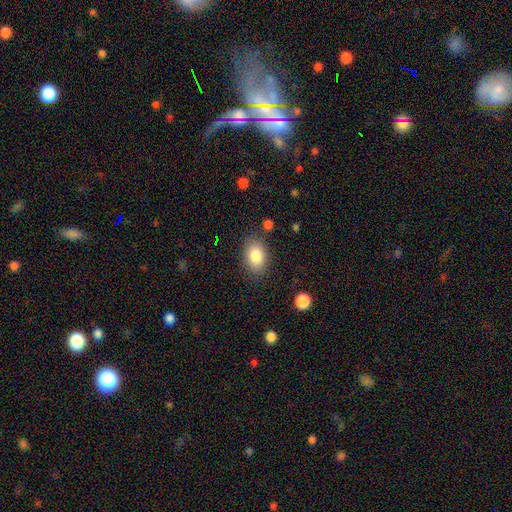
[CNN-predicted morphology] smooth 84%, featured or disk 8%, star or artifact 8%. Down the decision tree: how rounded — in between (84%); merging — none (82%).